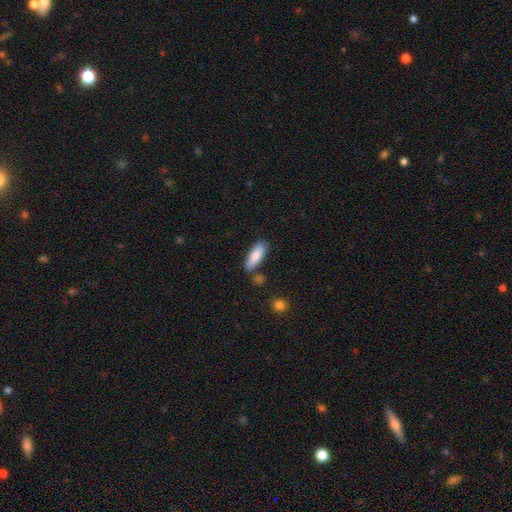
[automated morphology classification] smooth-or-featured: smooth: 85% | featured or disk: 9% | star or artifact: 6%
  how-rounded: in between: 64% | cigar-shaped: 34% | round: 2%
  merging: none: 76% | minor disturbance: 15% | merger: 6% | major disturbance: 3%